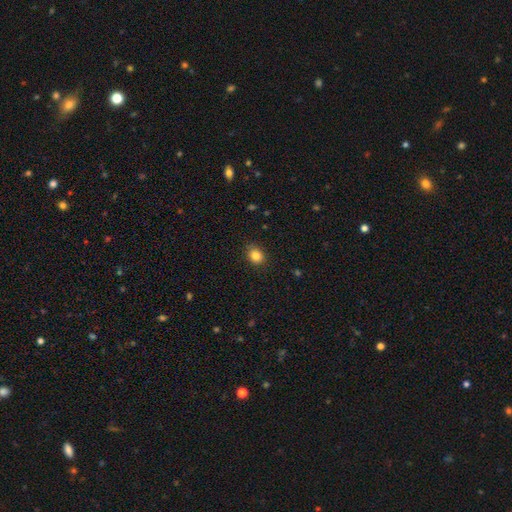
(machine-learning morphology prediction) Smooth or featured: smooth — 84% (star or artifact — 10%)
How rounded: round — 56% (in between — 43%)
Merging: none — 84% (minor disturbance — 13%)